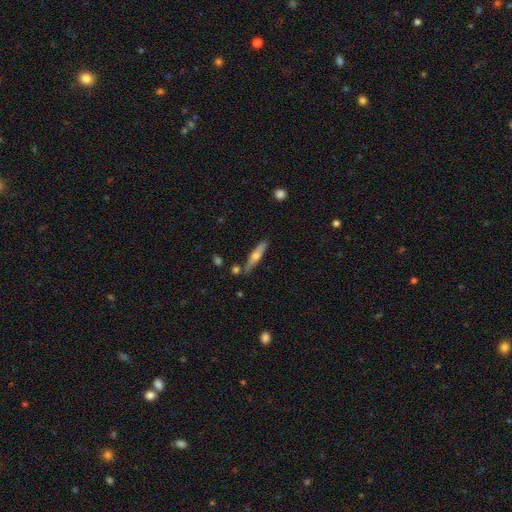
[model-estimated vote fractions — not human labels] Smooth or featured? featured or disk (51%)
Edge-on disk? yes (91%)
Merging? none (76%)